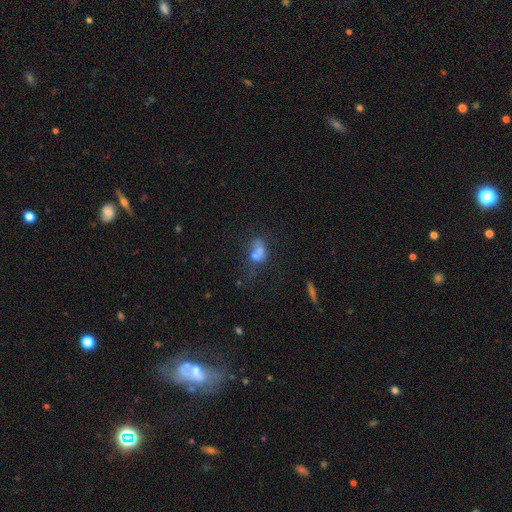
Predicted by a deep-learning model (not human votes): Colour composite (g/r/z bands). It shows a smooth galaxy with no disk features (50%). Merging: merger (38%).